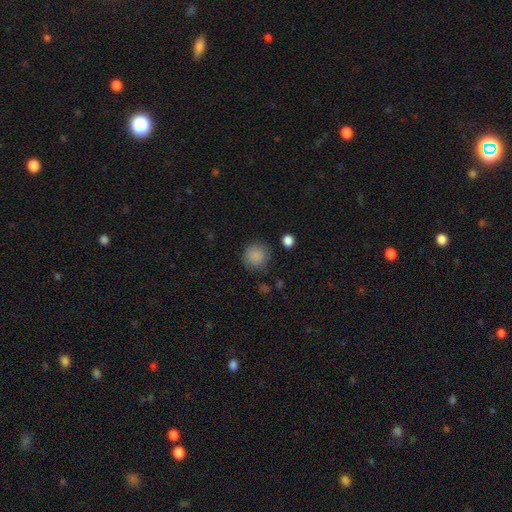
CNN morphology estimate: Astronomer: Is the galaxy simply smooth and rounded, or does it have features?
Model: smooth — 87%.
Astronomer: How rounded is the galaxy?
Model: round — 92%.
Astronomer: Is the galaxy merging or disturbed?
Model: none — 83%.